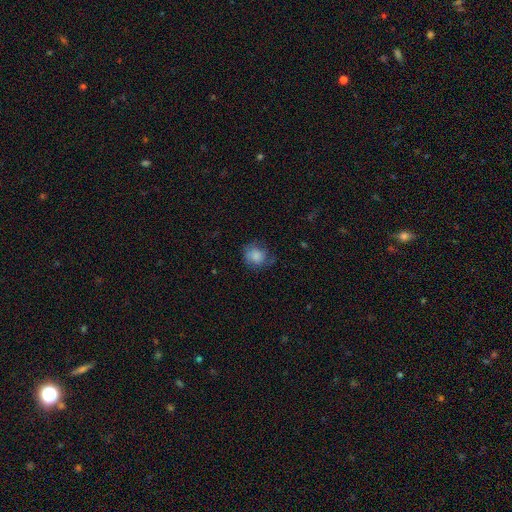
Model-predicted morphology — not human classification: smooth 80%, featured or disk 11%, star or artifact 9%. Down the decision tree: how rounded — round (78%); merging — none (63%).